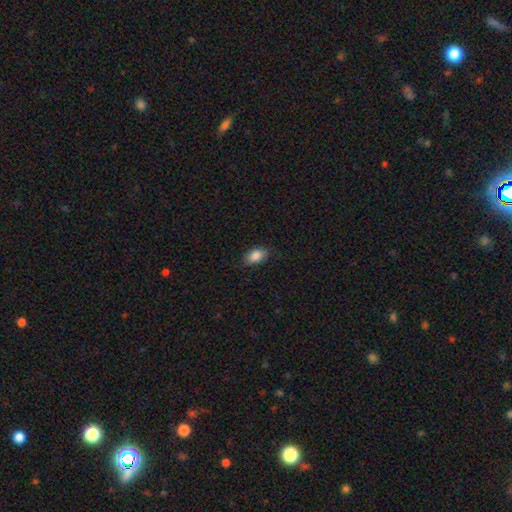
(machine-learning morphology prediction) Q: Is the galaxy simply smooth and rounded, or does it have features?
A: smooth — 87%.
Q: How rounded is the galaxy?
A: in between — 88%.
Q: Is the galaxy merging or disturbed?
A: none — 77%.